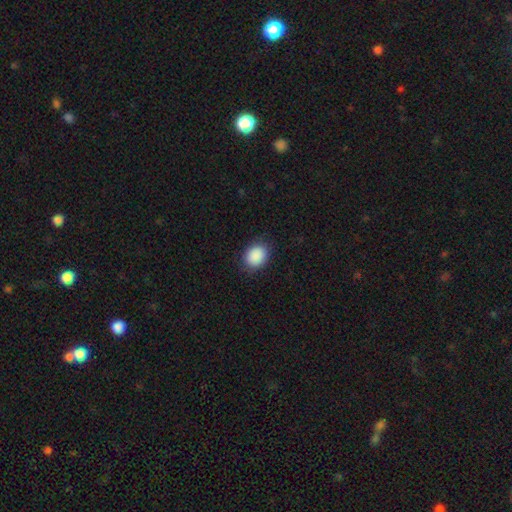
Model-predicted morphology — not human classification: This appears to be a smooth galaxy with no disk features (90%) that is in between round and cigar-shaped (54%). Merging: none (86%).